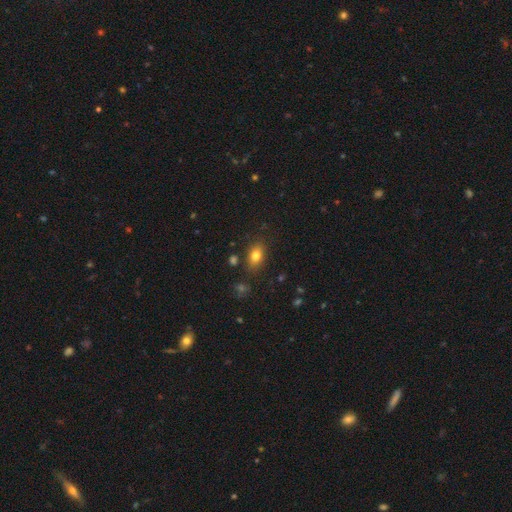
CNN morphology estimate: A smooth galaxy with no disk features (80%) that is in between round and cigar-shaped (82%).

Vote fractions:
- Smooth or featured? smooth: 80% / star or artifact: 11% / featured or disk: 10%
- How rounded? in between: 82% / round: 16% / cigar-shaped: 3%
- Merging? none: 82% / minor disturbance: 12% / major disturbance: 3% / merger: 3%